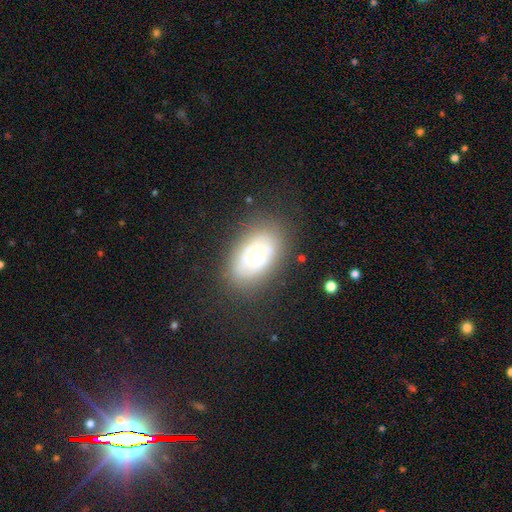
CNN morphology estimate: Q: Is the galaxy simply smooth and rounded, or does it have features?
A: featured or disk — 54%.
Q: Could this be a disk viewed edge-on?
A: no — 91%.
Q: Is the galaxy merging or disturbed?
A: none — 75%.